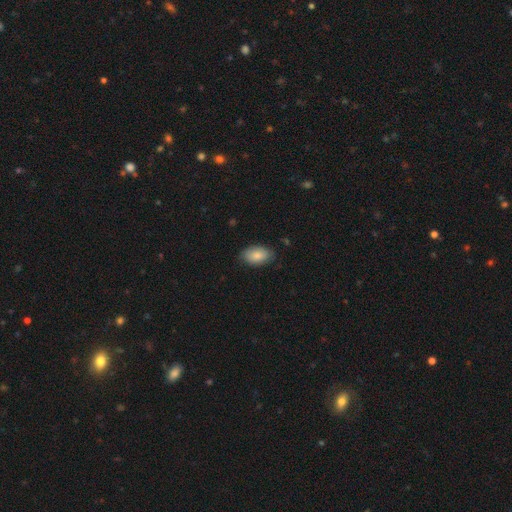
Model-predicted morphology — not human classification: A smooth galaxy with no disk features (83%) that is in between round and cigar-shaped (92%). Merging: none (79%).